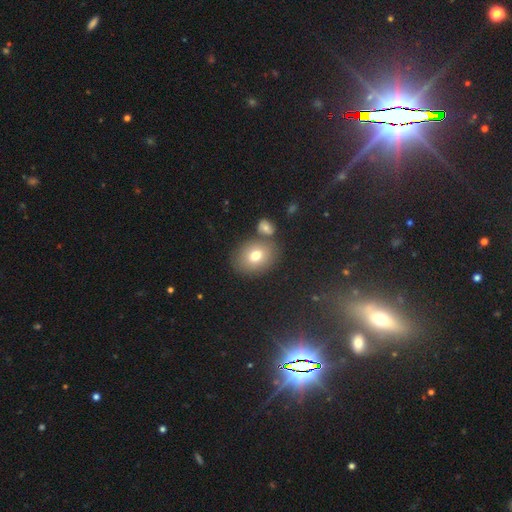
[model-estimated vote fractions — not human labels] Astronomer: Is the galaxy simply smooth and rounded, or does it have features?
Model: smooth — 73%.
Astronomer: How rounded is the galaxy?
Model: in between — 55% (runner-up: round, 43%).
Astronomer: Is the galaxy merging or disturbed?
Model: none — 71%.